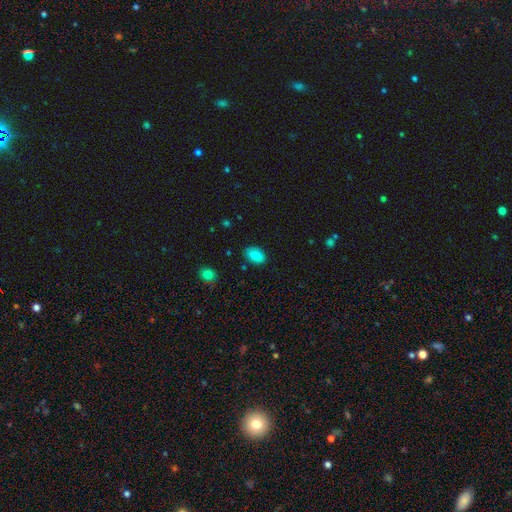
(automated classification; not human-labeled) The model was most divided on "merging": none: 79%, minor disturbance: 16%, major disturbance: 3%, merger: 2%. More confident: how rounded — in between (91%); smooth or featured — smooth (87%).